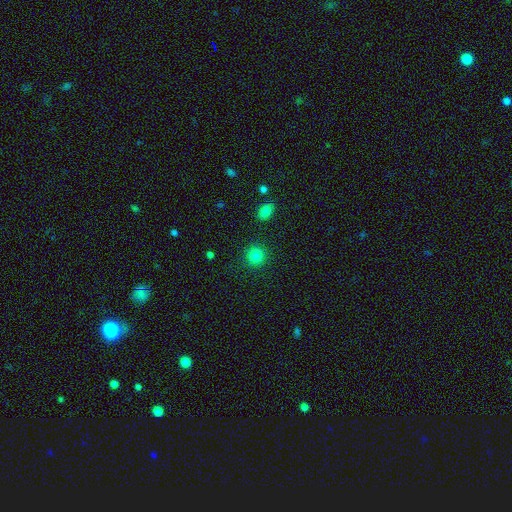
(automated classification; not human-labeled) Morphology: type=smooth (84%); roundness=round (92%); merging=none (90%).